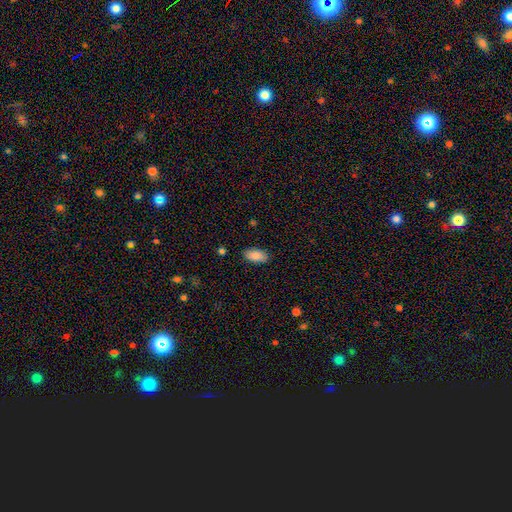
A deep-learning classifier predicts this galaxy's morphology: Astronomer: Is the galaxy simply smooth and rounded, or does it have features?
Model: smooth — 88%.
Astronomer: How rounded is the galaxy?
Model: in between — 93%.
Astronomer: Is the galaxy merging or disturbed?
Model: none — 86%.